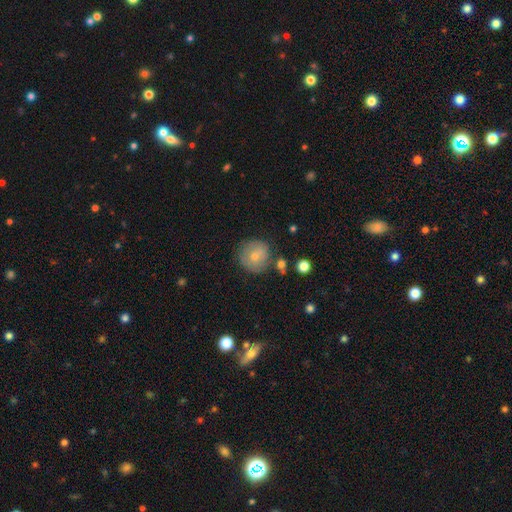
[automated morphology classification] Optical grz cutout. It shows a smooth galaxy with no disk features (71%) that is round (93%). Merging: none (73%).